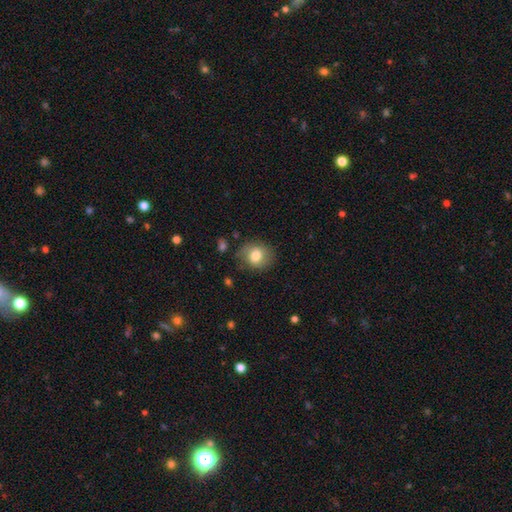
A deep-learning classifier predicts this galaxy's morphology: Q: Smooth or featured?
A: smooth (77%); runner-up: featured or disk (14%)
Q: How rounded?
A: round (68%); runner-up: in between (31%)
Q: Merging?
A: none (78%); runner-up: minor disturbance (15%)